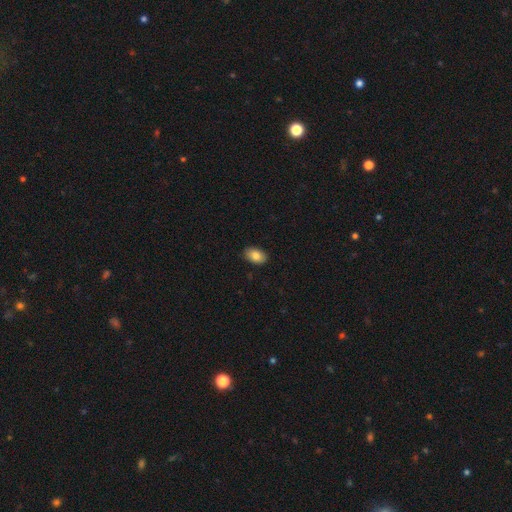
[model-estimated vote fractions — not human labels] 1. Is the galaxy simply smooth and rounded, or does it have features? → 84% smooth, 8% featured or disk, 8% star or artifact.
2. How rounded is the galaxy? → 90% in between, 9% round, 1% cigar-shaped.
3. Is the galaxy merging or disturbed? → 87% none, 10% minor disturbance, 2% major disturbance, 1% merger.